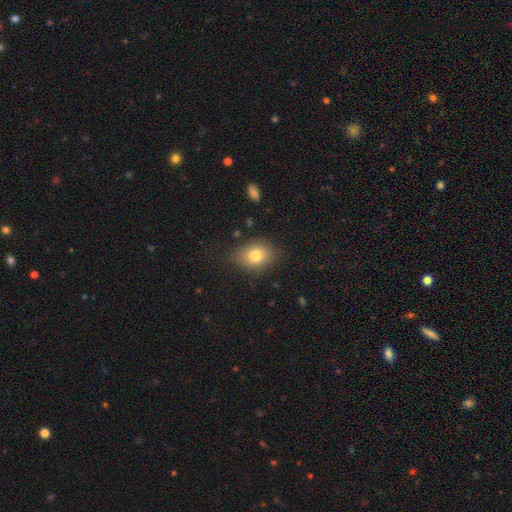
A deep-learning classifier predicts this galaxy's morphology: Smooth or featured? smooth (77%)
How rounded? in between (52%)
Merging? none (79%)